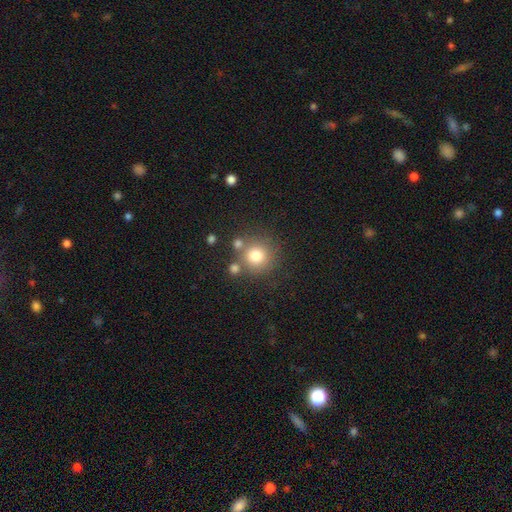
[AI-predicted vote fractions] smooth 77%, star or artifact 13%, featured or disk 10%. Down the decision tree: how rounded — round (92%); merging — none (71%).